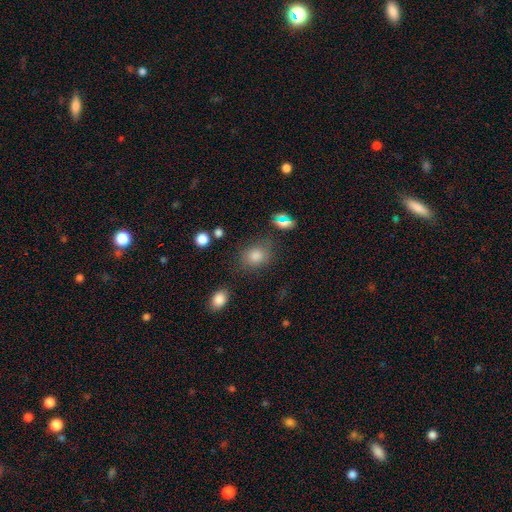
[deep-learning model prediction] Overall: smooth (77%). How rounded: round (58%; in between 41%). Merging: none (76%).